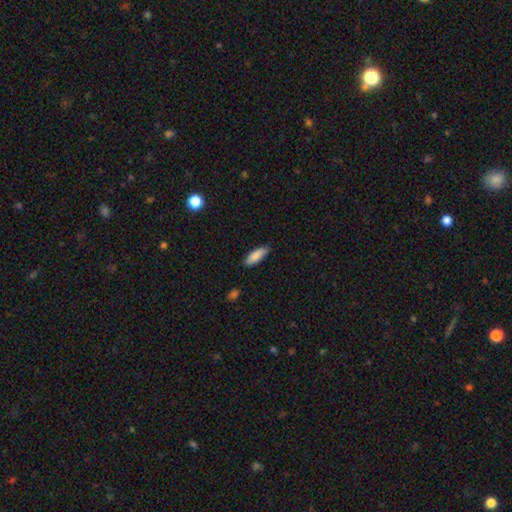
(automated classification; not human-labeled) Smooth or featured? smooth (87%)
How rounded? in between (59%)
Merging? none (83%)